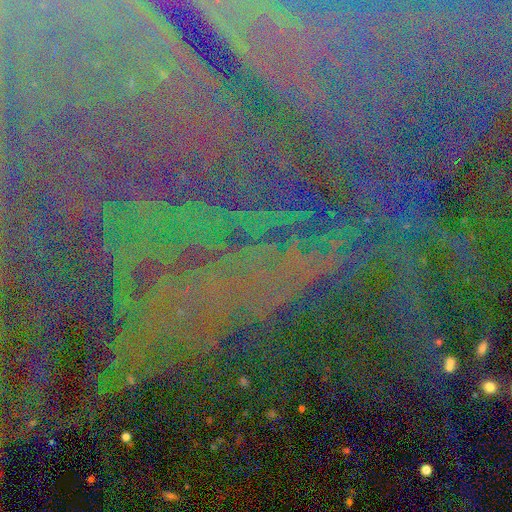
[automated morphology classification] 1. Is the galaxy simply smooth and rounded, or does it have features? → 86% star or artifact, 8% featured or disk, 7% smooth.